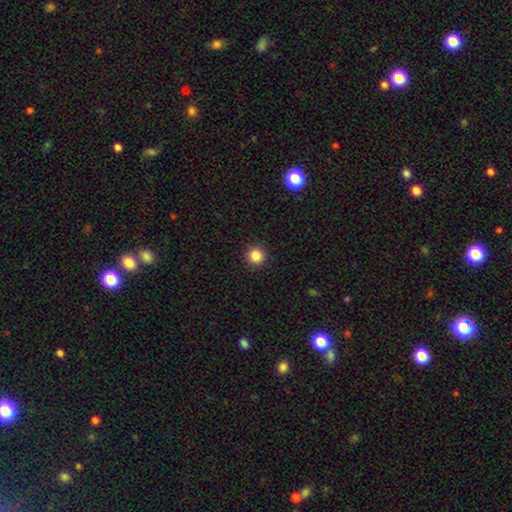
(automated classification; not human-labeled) Morphology: type=smooth (85%); roundness=round (95%); merging=none (92%).